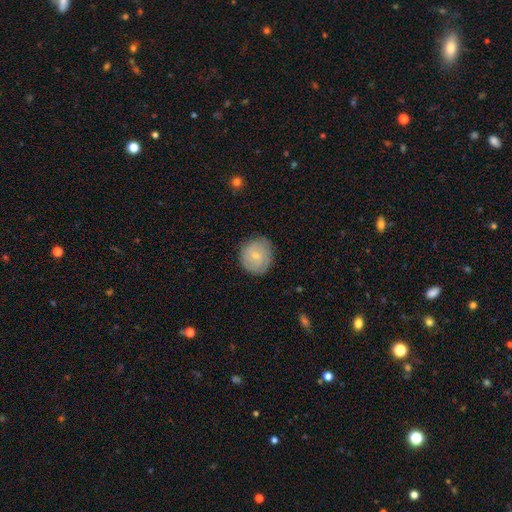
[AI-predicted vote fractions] Overall: smooth (60%; featured or disk 33%). How rounded: round (88%). Merging: none (81%).